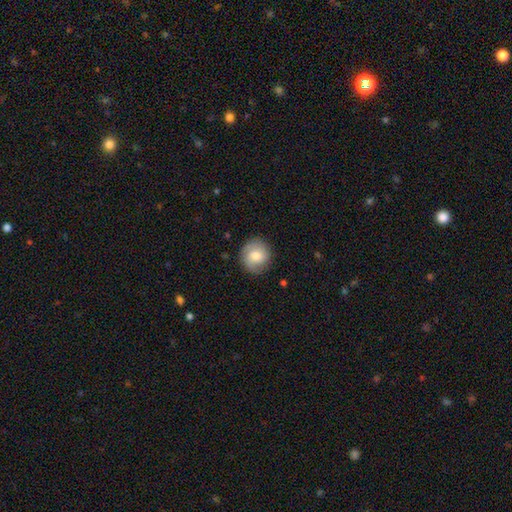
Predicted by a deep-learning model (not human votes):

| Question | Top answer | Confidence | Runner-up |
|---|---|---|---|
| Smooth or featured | smooth | 65% | featured or disk (27%) |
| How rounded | round | 89% | in between (10%) |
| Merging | none | 83% | minor disturbance (12%) |